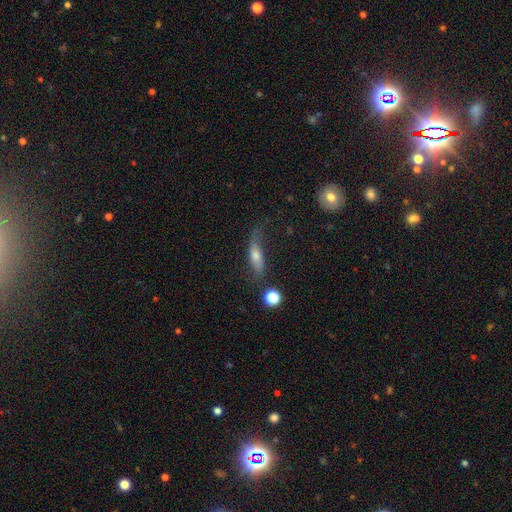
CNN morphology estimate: smooth_or_featured: smooth (p=0.50) [alt: featured or disk p=0.39]
how_rounded: cigar-shaped (p=0.48) [alt: in between p=0.46]
merging: none (p=0.50) [alt: minor disturbance p=0.28]